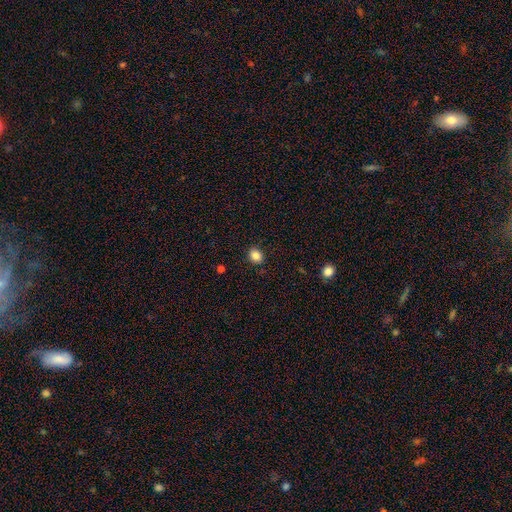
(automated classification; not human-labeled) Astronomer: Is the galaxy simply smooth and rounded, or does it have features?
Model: smooth — 85%.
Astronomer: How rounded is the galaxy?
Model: round — 68%.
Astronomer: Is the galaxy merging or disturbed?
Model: none — 90%.